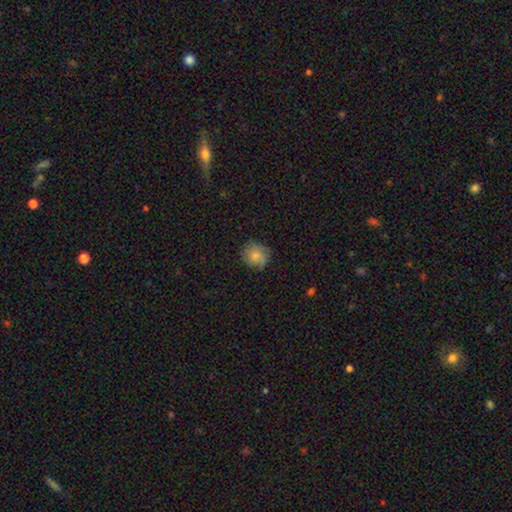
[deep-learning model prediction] smooth_or_featured: smooth (p=0.74) [alt: featured or disk p=0.17]
how_rounded: round (p=0.81) [alt: in between p=0.18]
merging: none (p=0.70) [alt: minor disturbance p=0.23]